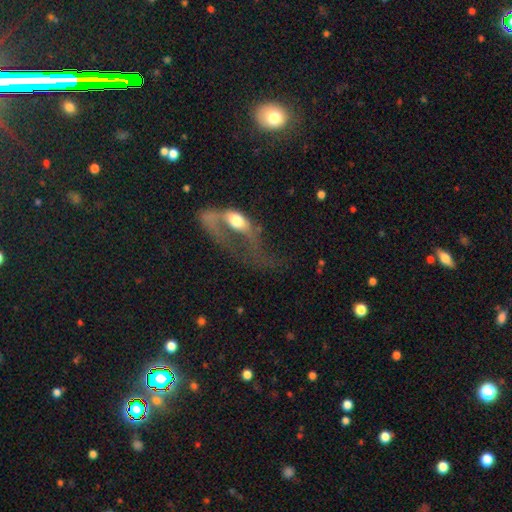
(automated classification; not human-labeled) This appears to be a featured or disk galaxy (55%). Merging: major disturbance (58%).